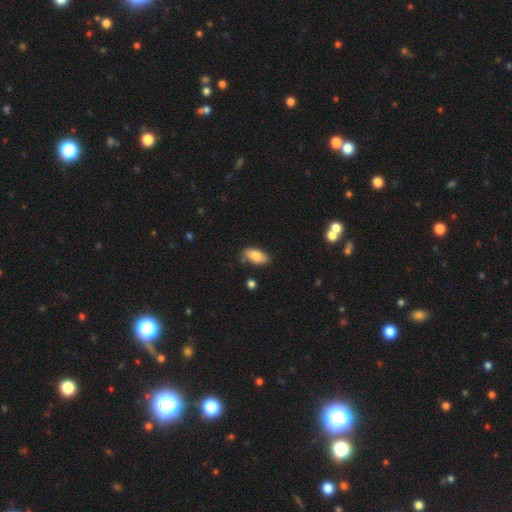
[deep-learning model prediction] Q: Smooth or featured?
A: smooth (82%); runner-up: featured or disk (11%)
Q: How rounded?
A: in between (90%); runner-up: cigar-shaped (7%)
Q: Merging?
A: none (81%); runner-up: minor disturbance (14%)